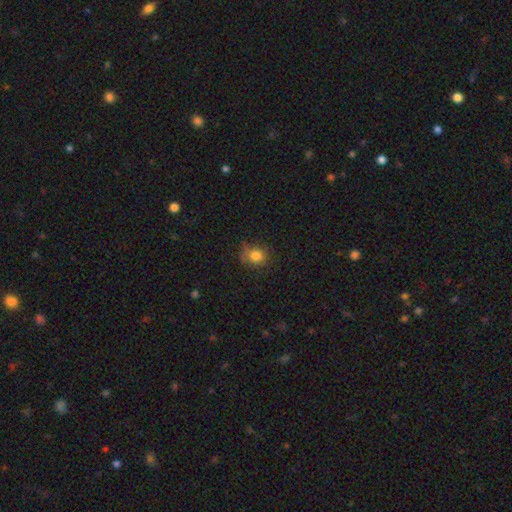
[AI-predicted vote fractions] This appears to be a smooth galaxy with no disk features (81%) that is round (68%). Merging: none (68%).